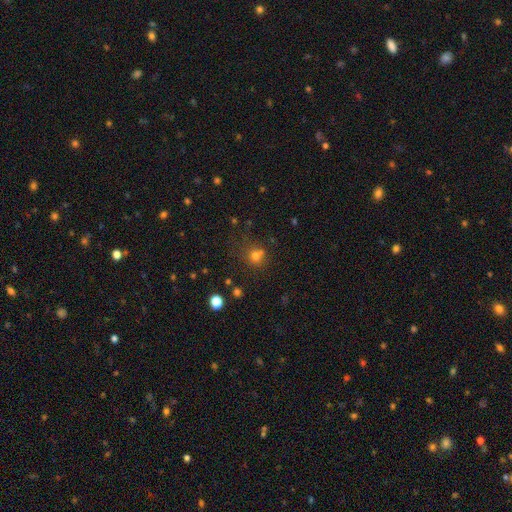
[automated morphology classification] This appears to be a smooth galaxy with no disk features (70%) that is round (85%). Merging: none (59%).